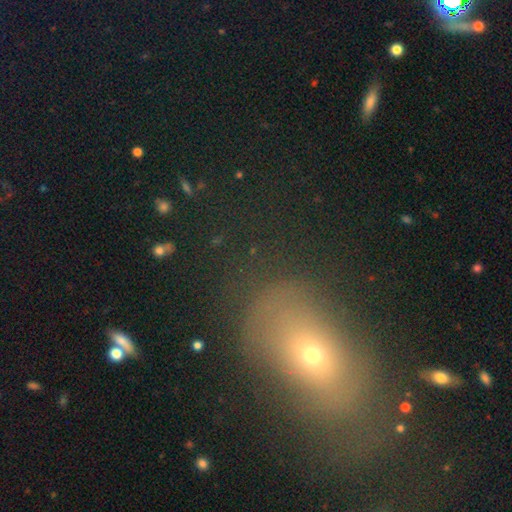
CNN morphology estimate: The model was most divided on "smooth or featured": smooth: 51%, star or artifact: 28%, featured or disk: 22%. More confident: how rounded — in between (66%); merging — none (66%).